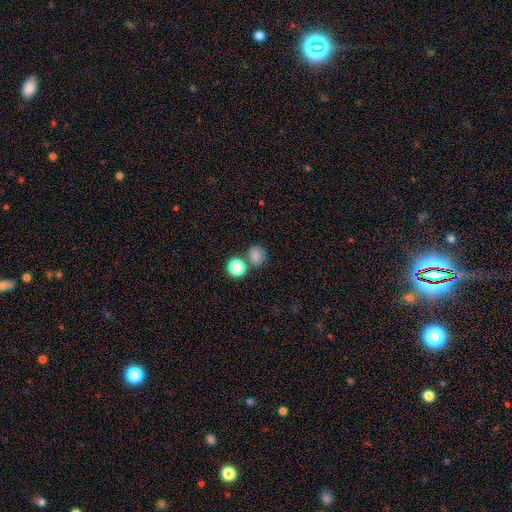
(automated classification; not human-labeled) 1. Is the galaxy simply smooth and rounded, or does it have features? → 77% smooth, 15% star or artifact, 9% featured or disk.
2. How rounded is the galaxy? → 77% round, 22% in between, 1% cigar-shaped.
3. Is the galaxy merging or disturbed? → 58% none, 24% merger, 13% minor disturbance, 5% major disturbance.